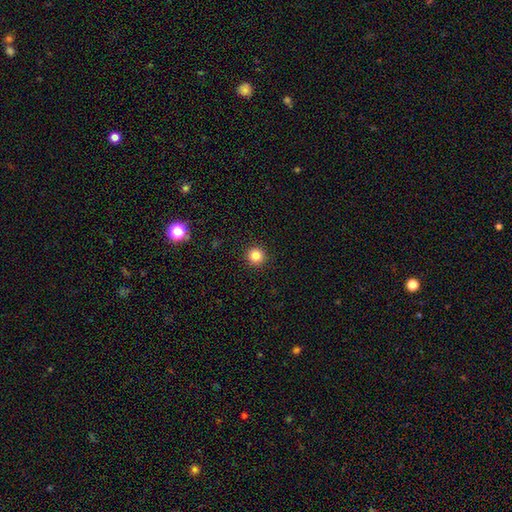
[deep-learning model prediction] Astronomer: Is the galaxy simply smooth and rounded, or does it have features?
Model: smooth — 83%.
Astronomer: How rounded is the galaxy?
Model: round — 96%.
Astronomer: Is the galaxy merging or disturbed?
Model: none — 93%.